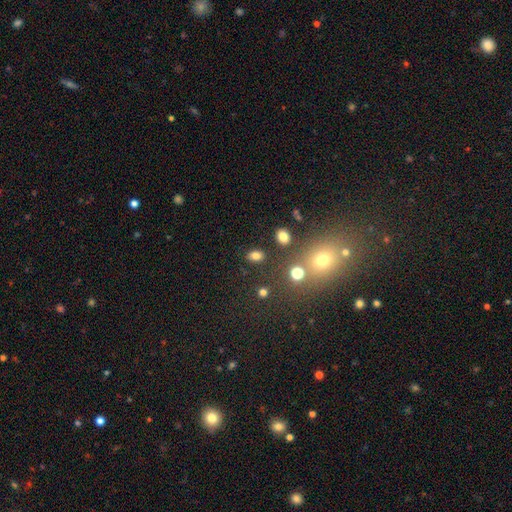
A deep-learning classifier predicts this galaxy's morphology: This is likely a smooth galaxy (78%). How rounded: clearly in between (80%). Merging: clearly none (82%).